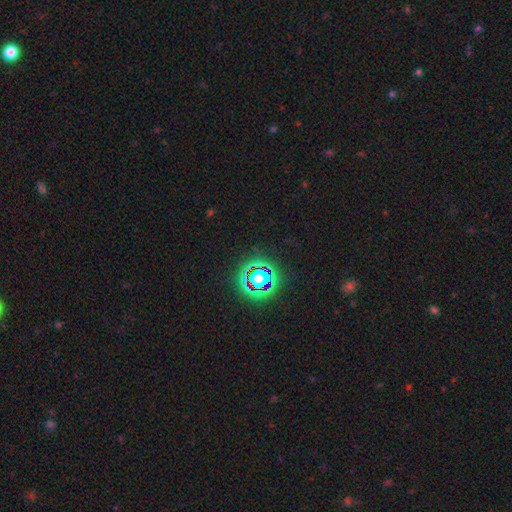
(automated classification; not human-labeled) A star or artifact, not a galaxy (78%).

Vote fractions:
- Smooth or featured? star or artifact: 78% / smooth: 16% / featured or disk: 7%